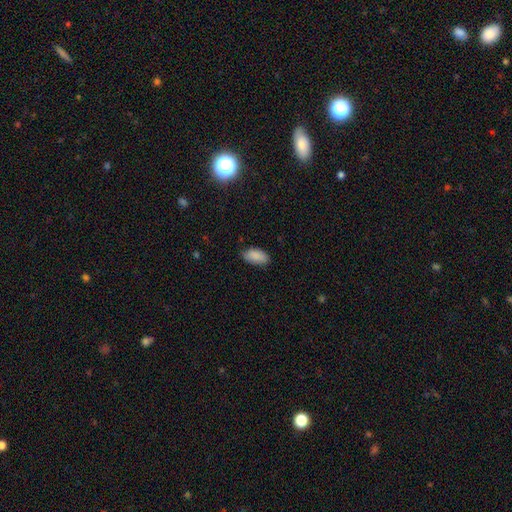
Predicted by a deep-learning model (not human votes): smooth_or_featured: smooth (p=0.88) [alt: star or artifact p=0.07]
how_rounded: in between (p=0.93) [alt: cigar-shaped p=0.04]
merging: none (p=0.80) [alt: minor disturbance p=0.16]